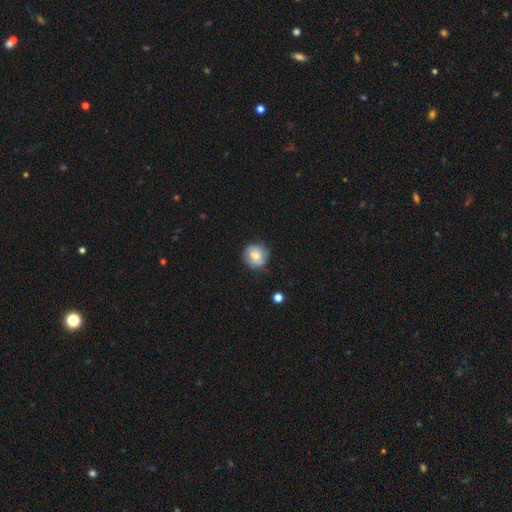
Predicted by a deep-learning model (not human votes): Q: Smooth or featured?
A: smooth (67%); runner-up: featured or disk (24%)
Q: How rounded?
A: round (89%); runner-up: in between (10%)
Q: Merging?
A: none (74%); runner-up: minor disturbance (20%)